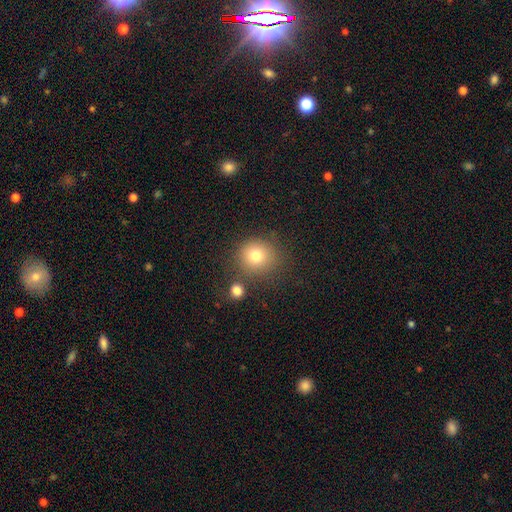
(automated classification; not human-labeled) smooth_or_featured: smooth (p=0.77) [alt: star or artifact p=0.13]
how_rounded: round (p=0.89) [alt: in between p=0.10]
merging: none (p=0.74) [alt: minor disturbance p=0.11]